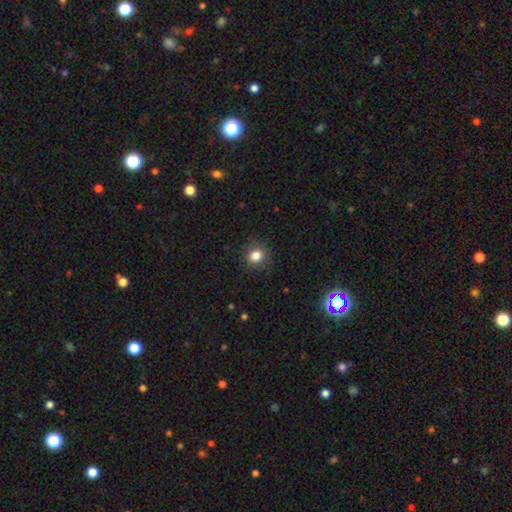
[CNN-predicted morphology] smooth-or-featured: smooth: 82% | star or artifact: 12% | featured or disk: 6%
  how-rounded: round: 74% | in between: 25% | cigar-shaped: 1%
  merging: none: 84% | minor disturbance: 12% | major disturbance: 4% | merger: 1%